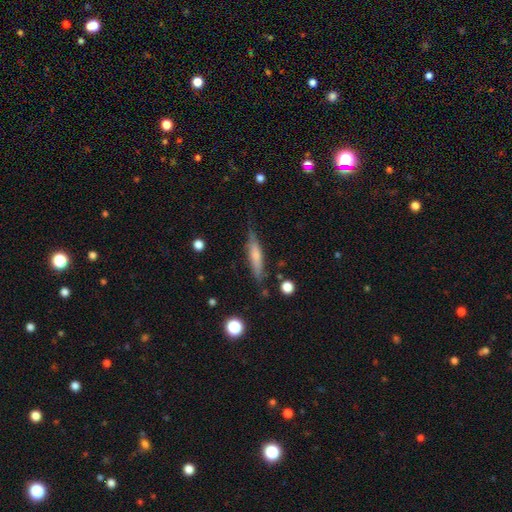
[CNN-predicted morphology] type=smooth (60%); roundness=cigar-shaped (83%); merging=none (77%).